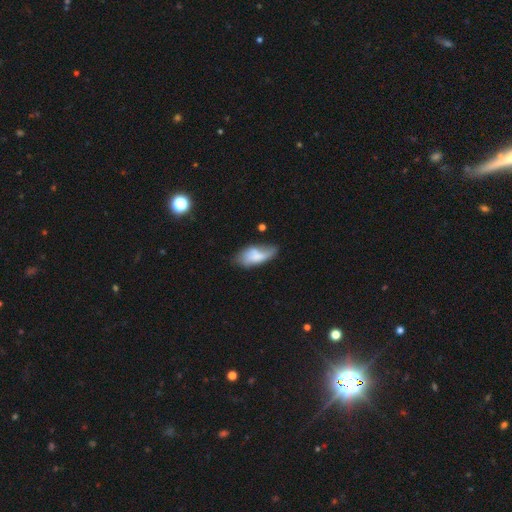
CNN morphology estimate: A smooth galaxy with no disk features (65%) that is in between round and cigar-shaped (86%).

Vote fractions:
- Smooth or featured? smooth: 65% / featured or disk: 27% / star or artifact: 8%
- How rounded? in between: 86% / cigar-shaped: 11% / round: 3%
- Merging? none: 38% / minor disturbance: 33% / major disturbance: 19% / merger: 9%